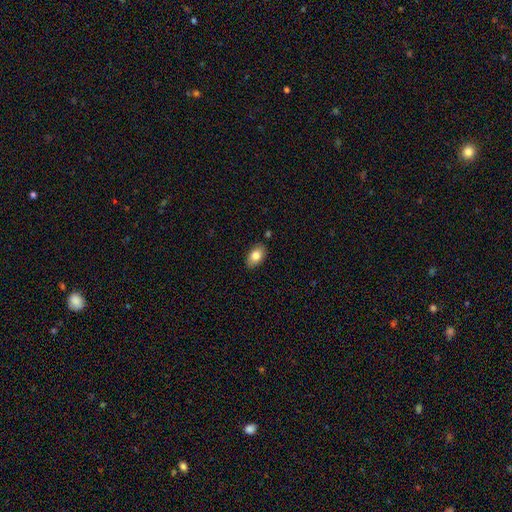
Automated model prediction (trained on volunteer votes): Smooth or featured: smooth — 81% (featured or disk — 12%)
How rounded: in between — 91% (round — 8%)
Merging: none — 86% (minor disturbance — 10%)